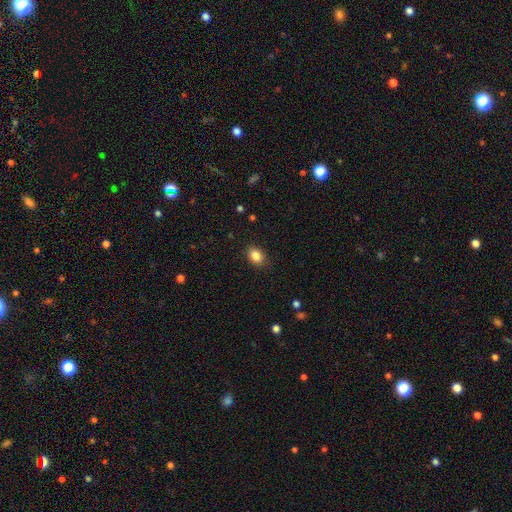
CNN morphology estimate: smooth 85%, star or artifact 9%, featured or disk 5%. Down the decision tree: how rounded — in between (67%); merging — none (86%).